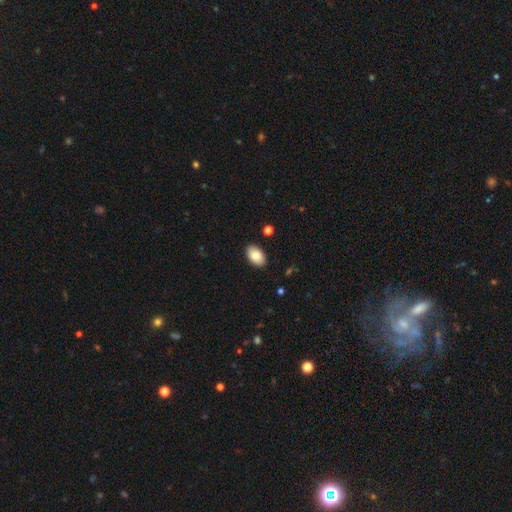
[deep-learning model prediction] smooth_or_featured: smooth (p=0.84) [alt: featured or disk p=0.09]
how_rounded: in between (p=0.92) [alt: round p=0.06]
merging: none (p=0.89) [alt: minor disturbance p=0.08]